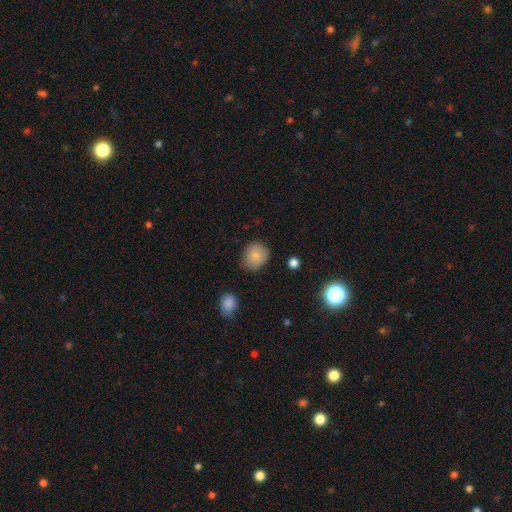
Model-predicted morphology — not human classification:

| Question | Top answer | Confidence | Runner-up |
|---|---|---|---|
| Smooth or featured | smooth | 84% | star or artifact (9%) |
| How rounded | round | 72% | in between (27%) |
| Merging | none | 79% | minor disturbance (16%) |